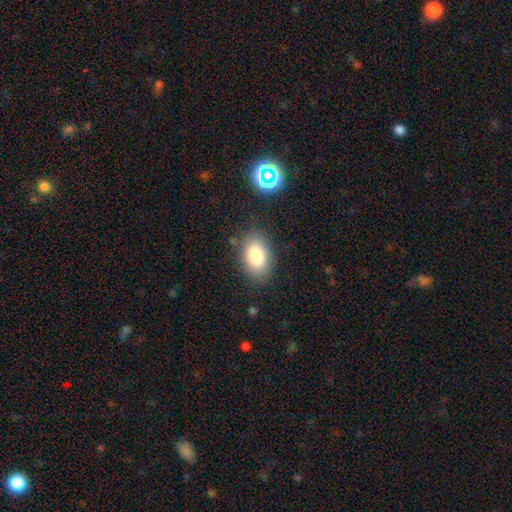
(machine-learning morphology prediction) A smooth galaxy with no disk features (81%) that is in between round and cigar-shaped (90%). Merging: none (83%).